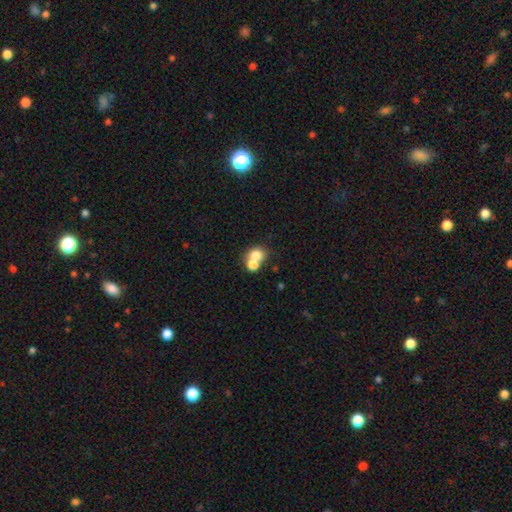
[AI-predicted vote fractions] Q: Smooth or featured?
A: smooth (74%); runner-up: featured or disk (15%)
Q: How rounded?
A: round (69%); runner-up: in between (30%)
Q: Merging?
A: merger (59%); runner-up: none (32%)